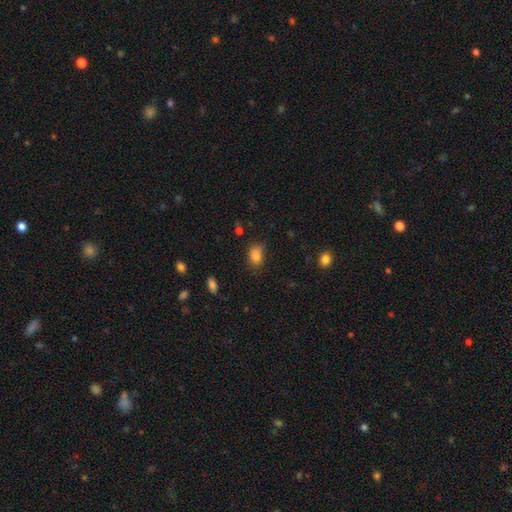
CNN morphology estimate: smooth_or_featured: smooth (p=0.83) [alt: star or artifact p=0.11]
how_rounded: in between (p=0.74) [alt: round p=0.24]
merging: none (p=0.68) [alt: minor disturbance p=0.24]